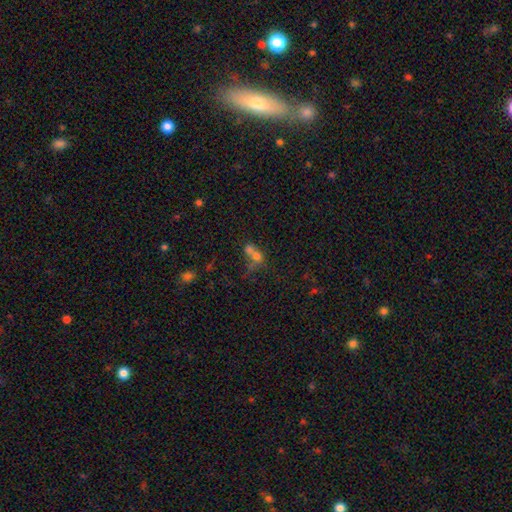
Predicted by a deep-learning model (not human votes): Smooth or featured? smooth (63%)
How rounded? round (67%)
Merging? merger (66%)